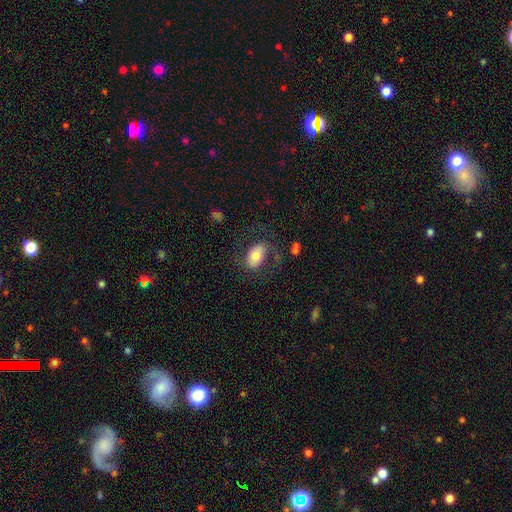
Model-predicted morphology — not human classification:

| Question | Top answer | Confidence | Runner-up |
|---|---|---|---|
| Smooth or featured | smooth | 70% | featured or disk (23%) |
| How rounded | in between | 90% | round (8%) |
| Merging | none | 65% | minor disturbance (17%) |